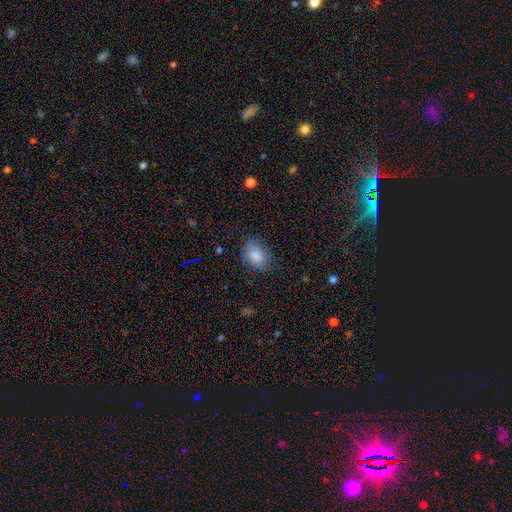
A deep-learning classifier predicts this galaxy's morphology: smooth-or-featured: smooth: 80% | featured or disk: 10% | star or artifact: 10%
  how-rounded: in between: 75% | round: 24% | cigar-shaped: 1%
  merging: none: 71% | minor disturbance: 22% | major disturbance: 6% | merger: 1%